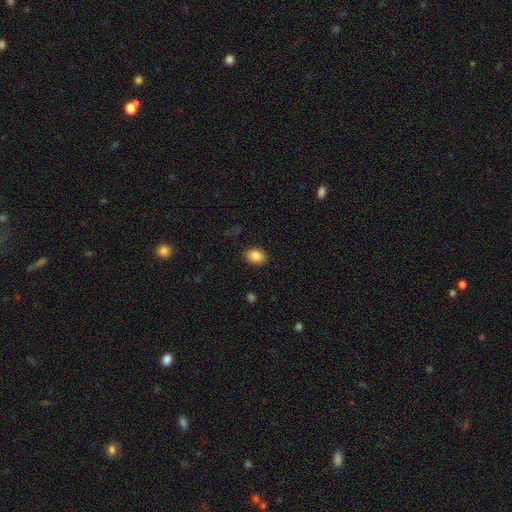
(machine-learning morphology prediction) A smooth galaxy with no disk features (85%) that is in between round and cigar-shaped (73%).

Vote fractions:
- Smooth or featured? smooth: 85% / star or artifact: 8% / featured or disk: 6%
- How rounded? in between: 73% / round: 26% / cigar-shaped: 1%
- Merging? none: 89% / minor disturbance: 8% / major disturbance: 2% / merger: 1%